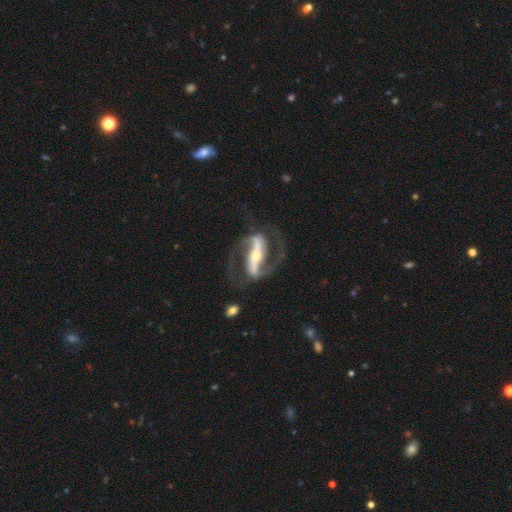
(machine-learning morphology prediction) featured or disk 92%, smooth 5%, star or artifact 4%. Down the decision tree: edge-on disk — no (91%); bar — strong (80%); spiral arms — yes (96%); spiral arm count — 2 (93%); spiral winding — medium (55%); bulge size — small (46%); merging — none (75%).